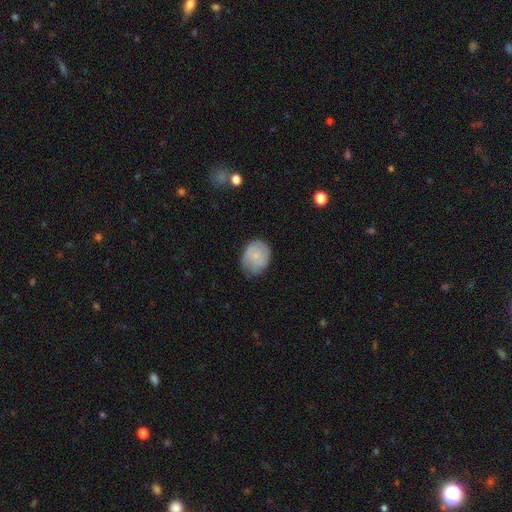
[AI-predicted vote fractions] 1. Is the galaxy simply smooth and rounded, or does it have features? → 68% smooth, 25% featured or disk, 7% star or artifact.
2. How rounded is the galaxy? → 50% round, 49% in between, 1% cigar-shaped.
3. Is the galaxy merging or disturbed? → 54% none, 35% minor disturbance, 9% major disturbance, 2% merger.